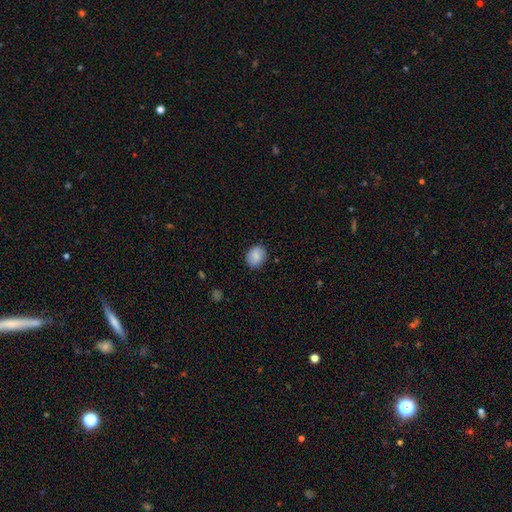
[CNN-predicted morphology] Overall: smooth (84%). How rounded: round (54%; in between 45%). Merging: none (85%).